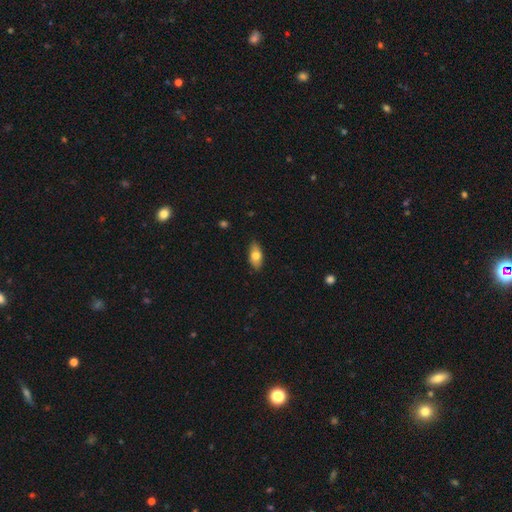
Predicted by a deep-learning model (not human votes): A smooth galaxy with no disk features (73%) that is in between round and cigar-shaped (87%).

Vote fractions:
- Smooth or featured? smooth: 73% / featured or disk: 21% / star or artifact: 6%
- How rounded? in between: 87% / cigar-shaped: 9% / round: 4%
- Merging? none: 87% / minor disturbance: 11% / major disturbance: 2% / merger: 1%